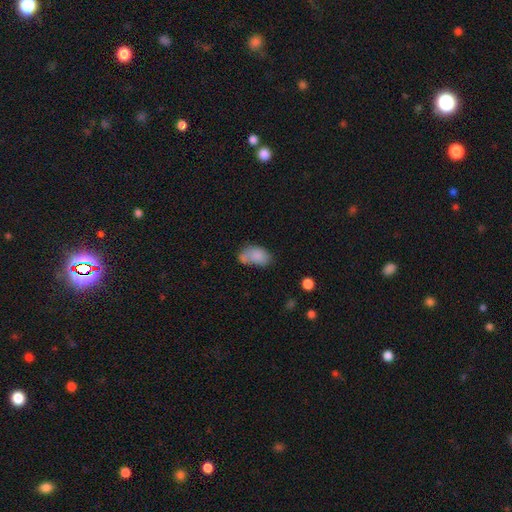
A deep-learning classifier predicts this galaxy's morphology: type=smooth (80%); roundness=in between (89%); merging=none (37%).